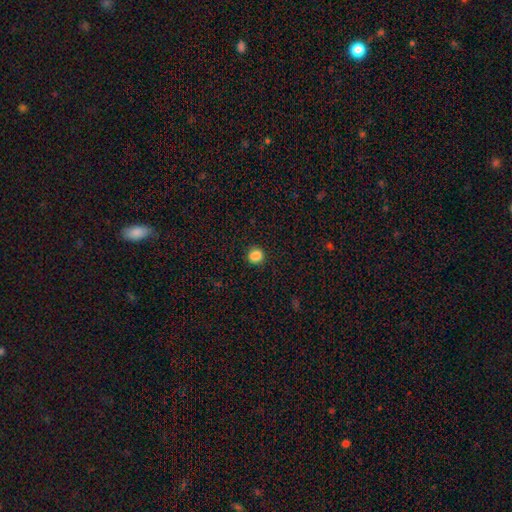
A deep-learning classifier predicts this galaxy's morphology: smooth_or_featured: smooth (p=0.86) [alt: star or artifact p=0.11]
how_rounded: round (p=0.83) [alt: in between p=0.16]
merging: none (p=0.89) [alt: minor disturbance p=0.07]